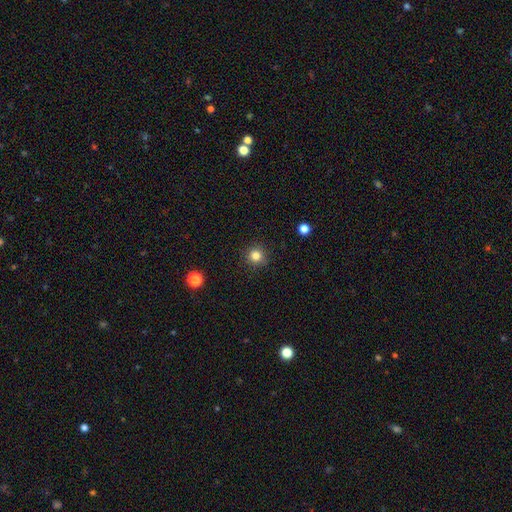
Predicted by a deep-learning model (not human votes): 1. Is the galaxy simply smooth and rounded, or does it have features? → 82% smooth, 13% star or artifact, 5% featured or disk.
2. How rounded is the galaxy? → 94% round, 6% in between, 1% cigar-shaped.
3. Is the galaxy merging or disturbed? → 90% none, 7% minor disturbance, 2% major disturbance, 1% merger.